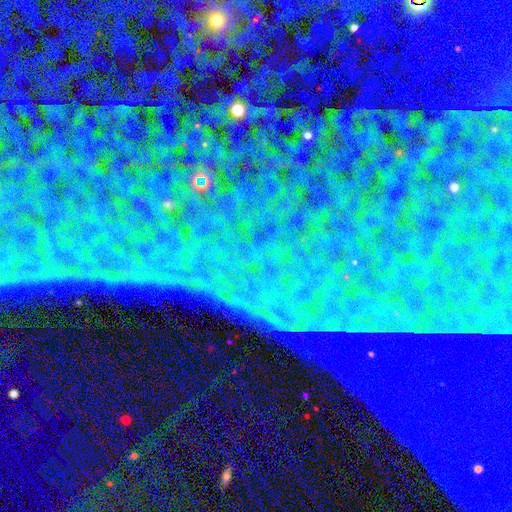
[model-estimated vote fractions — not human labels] Morphology: type=star or artifact (87%).